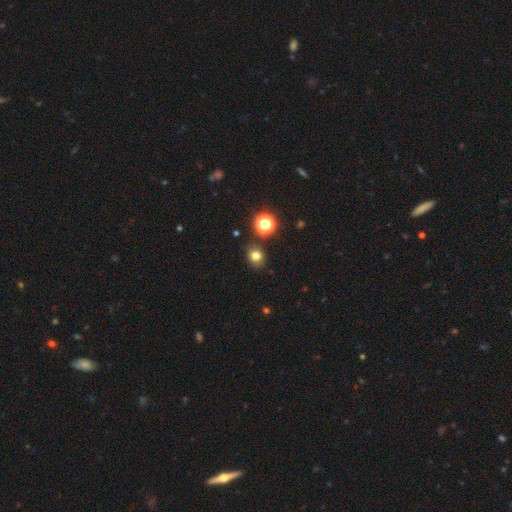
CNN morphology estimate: smooth_or_featured: smooth (p=0.76) [alt: star or artifact p=0.17]
how_rounded: round (p=0.65) [alt: in between p=0.34]
merging: none (p=0.83) [alt: minor disturbance p=0.11]